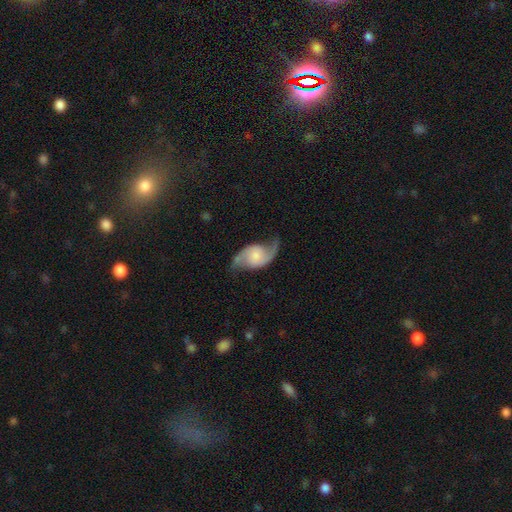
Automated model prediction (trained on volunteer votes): Q: Smooth or featured?
A: featured or disk (85%); runner-up: smooth (10%)
Q: Edge-on disk?
A: no (97%); runner-up: yes (3%)
Q: Bar?
A: no (58%); runner-up: weak (34%)
Q: Spiral arms?
A: yes (97%); runner-up: no (3%)
Q: Spiral winding?
A: loose (66%); runner-up: medium (28%)
Q: Spiral arm count?
A: 2 (93%); runner-up: 1 (2%)
Q: Bulge size?
A: small (37%); runner-up: moderate (29%)
Q: Merging?
A: none (72%); runner-up: minor disturbance (17%)